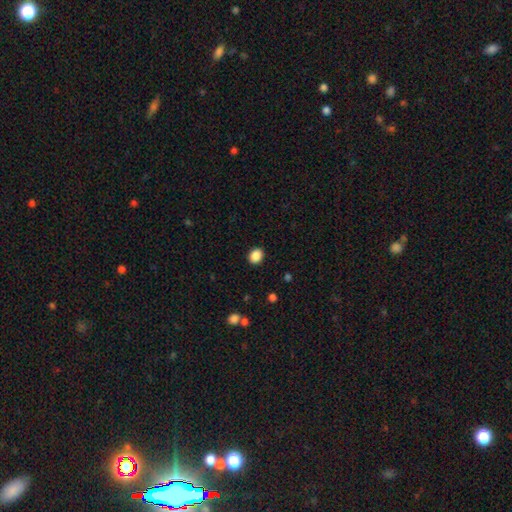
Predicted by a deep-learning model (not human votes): This appears to be a smooth galaxy with no disk features (88%) that is round (53%). Merging: none (90%).